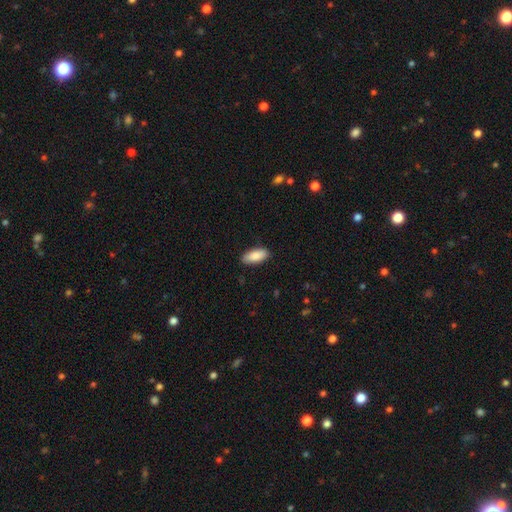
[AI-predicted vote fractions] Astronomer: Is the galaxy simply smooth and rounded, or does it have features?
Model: smooth — 87%.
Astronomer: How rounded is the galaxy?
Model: in between — 83%.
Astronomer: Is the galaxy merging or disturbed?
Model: none — 88%.